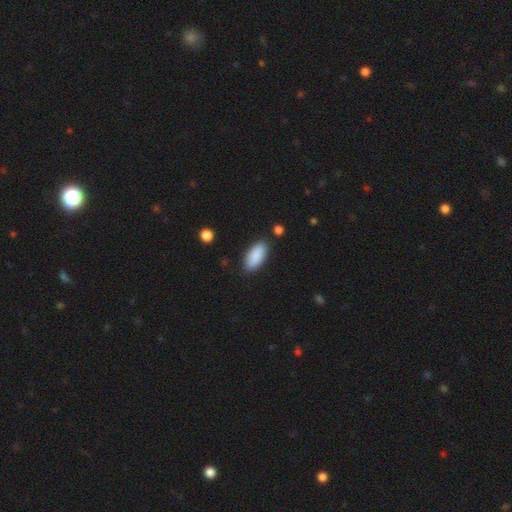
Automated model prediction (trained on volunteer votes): Overall: smooth (90%). How rounded: in between (89%). Merging: none (86%).